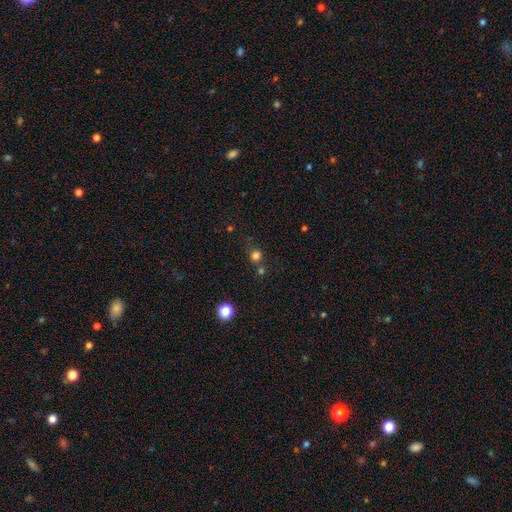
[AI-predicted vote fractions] A smooth galaxy with no disk features (75%) that is round (87%).

Vote fractions:
- Smooth or featured? smooth: 75% / star or artifact: 19% / featured or disk: 6%
- How rounded? round: 87% / in between: 12% / cigar-shaped: 1%
- Merging? none: 65% / merger: 18% / minor disturbance: 11% / major disturbance: 5%